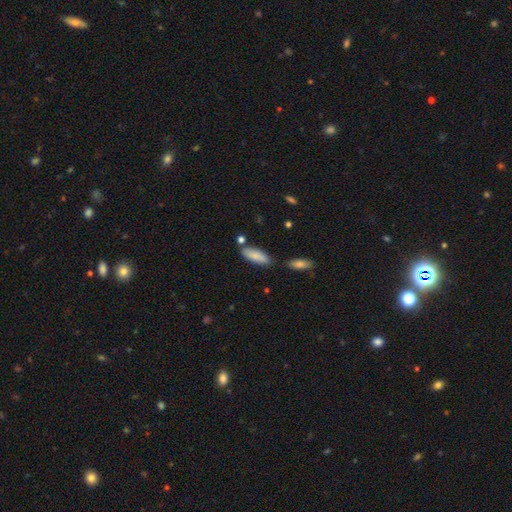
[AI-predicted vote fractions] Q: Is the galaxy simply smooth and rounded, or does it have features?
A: smooth — 83%.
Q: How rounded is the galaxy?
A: in between — 65%.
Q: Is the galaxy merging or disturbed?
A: none — 71%.